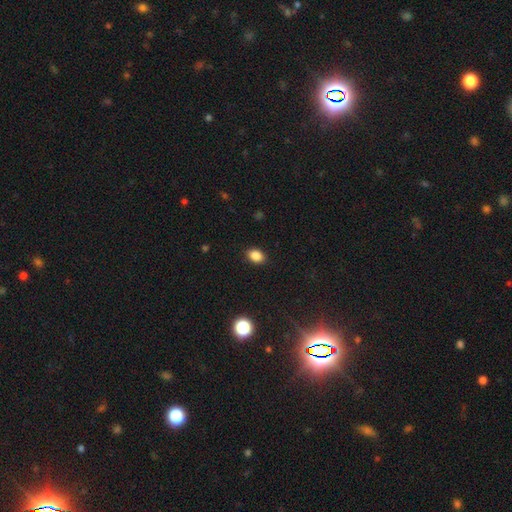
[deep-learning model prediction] smooth 86%, star or artifact 10%, featured or disk 4%. Down the decision tree: how rounded — in between (78%); merging — none (89%).